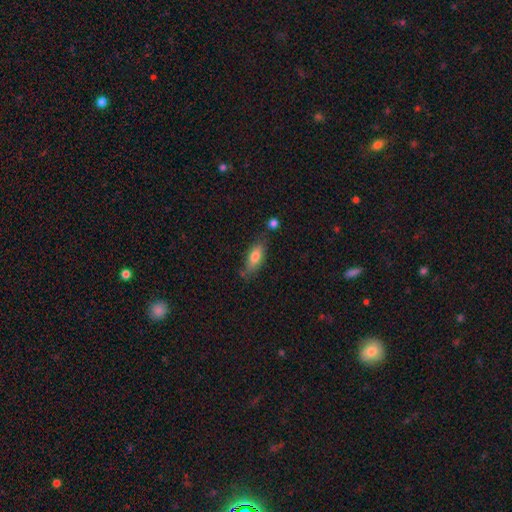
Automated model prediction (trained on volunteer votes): Smooth or featured?
  - smooth: 76% *
  - featured or disk: 17%
  - star or artifact: 7%
How rounded?
  - in between: 71% *
  - cigar-shaped: 26%
  - round: 3%
Merging?
  - none: 67% *
  - minor disturbance: 21%
  - merger: 7%
  - major disturbance: 5%